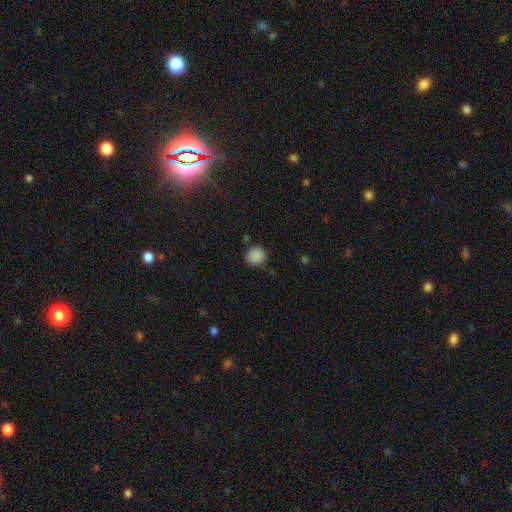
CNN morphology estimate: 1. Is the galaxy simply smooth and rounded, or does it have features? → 87% smooth, 10% star or artifact, 3% featured or disk.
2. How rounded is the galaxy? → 91% round, 8% in between, 1% cigar-shaped.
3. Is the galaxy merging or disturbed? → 83% none, 11% minor disturbance, 3% merger, 3% major disturbance.